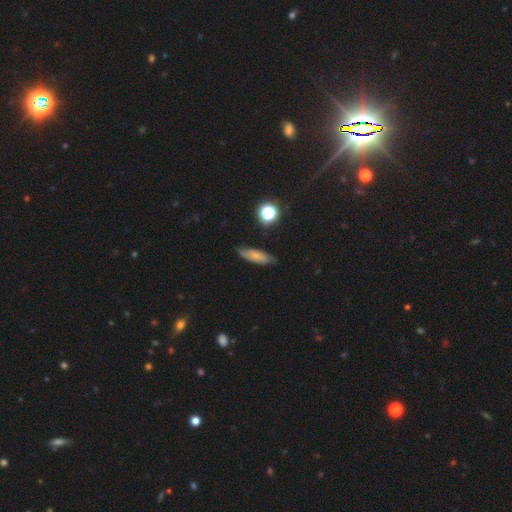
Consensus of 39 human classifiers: Smooth or featured? 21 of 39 (54%) said smooth. How rounded? 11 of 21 (52%) said cigar-shaped. Merging? 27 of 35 (77%) said none.